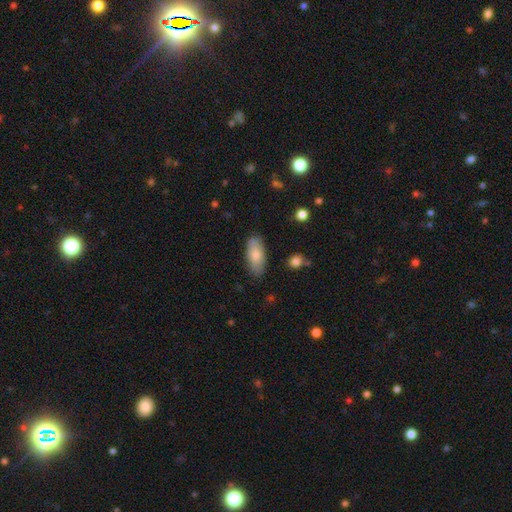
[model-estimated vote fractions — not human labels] Smooth or featured? Predicted: smooth (p=0.79). How rounded? Predicted: in between (p=0.87). Merging? Predicted: none (p=0.83).